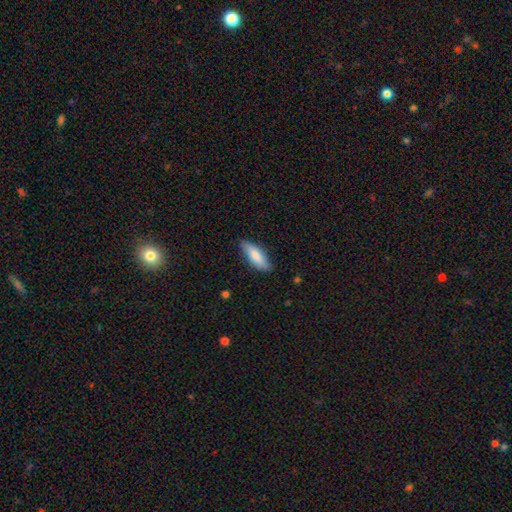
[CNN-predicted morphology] Smooth or featured? Predicted: smooth (p=0.80). How rounded? Predicted: in between (p=0.61). Merging? Predicted: none (p=0.81).